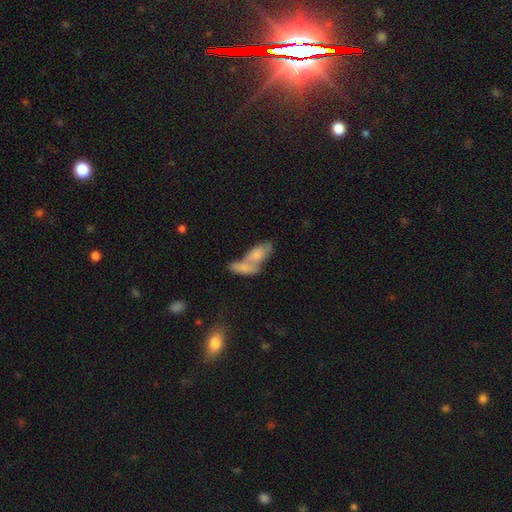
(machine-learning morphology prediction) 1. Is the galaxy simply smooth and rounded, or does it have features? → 60% smooth, 28% featured or disk, 12% star or artifact.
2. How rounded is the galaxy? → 75% in between, 18% cigar-shaped, 7% round.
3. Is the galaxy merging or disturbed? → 62% merger, 23% none, 9% minor disturbance, 6% major disturbance.